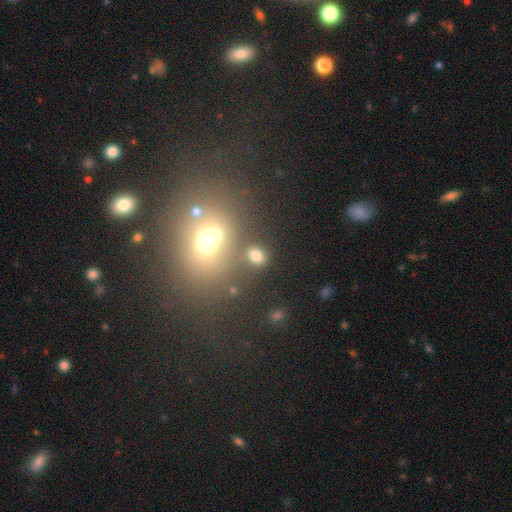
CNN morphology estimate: Smooth or featured: smooth — 73% (star or artifact — 19%)
How rounded: in between — 51% (round — 48%)
Merging: none — 66% (merger — 18%)